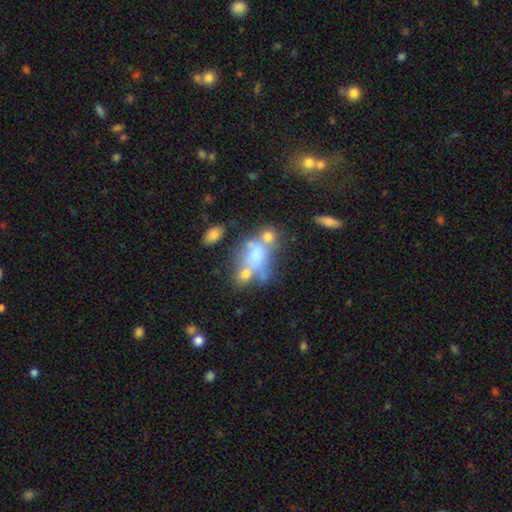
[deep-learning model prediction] smooth 50%, featured or disk 36%, star or artifact 14%. Down the decision tree: merging — merger (45%).